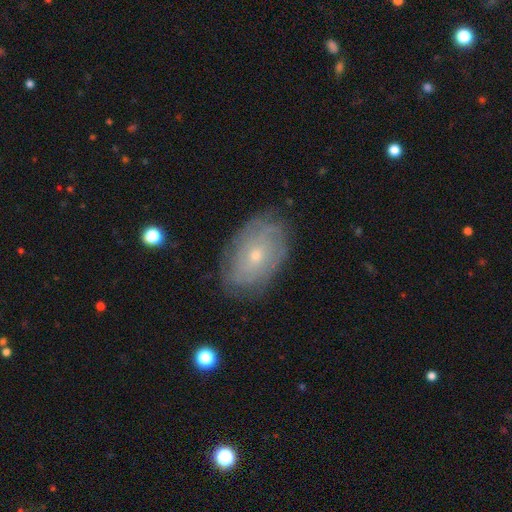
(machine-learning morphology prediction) smooth_or_featured: featured or disk (p=0.71) [alt: smooth p=0.22]
disk_edge_on: no (p=0.95) [alt: yes p=0.05]
bar: no (p=0.80) [alt: weak p=0.17]
has_spiral_arms: yes (p=0.84) [alt: no p=0.16]
spiral_winding: tight (p=0.72) [alt: medium p=0.21]
spiral_arm_count: can't tell (p=0.58) [alt: 2 p=0.13]
bulge_size: small (p=0.67) [alt: moderate p=0.29]
merging: none (p=0.78) [alt: minor disturbance p=0.16]